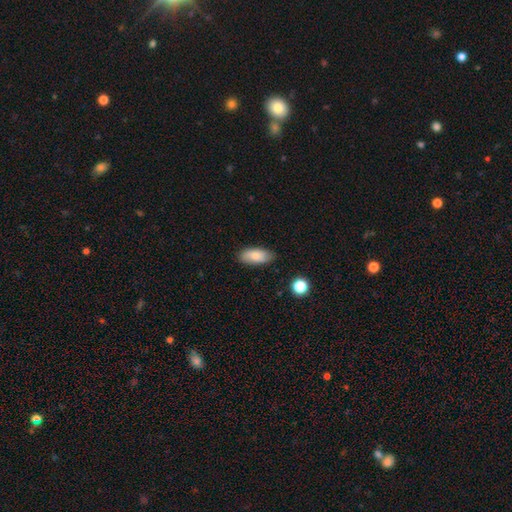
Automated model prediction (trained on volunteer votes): This is likely a smooth galaxy (80%). How rounded: clearly in between (87%). Merging: clearly none (82%).